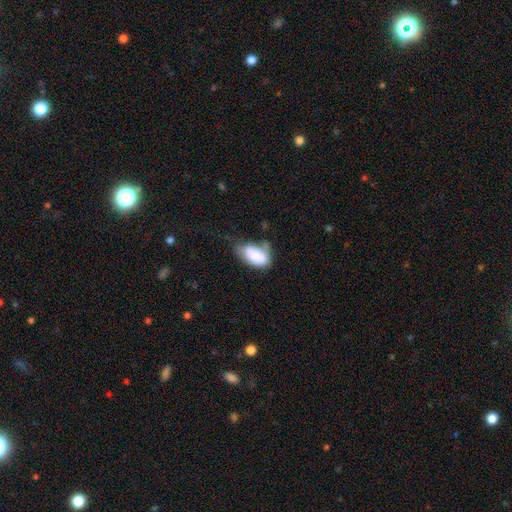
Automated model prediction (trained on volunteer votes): Smooth or featured: smooth — 77% (featured or disk — 15%)
How rounded: in between — 93% (round — 5%)
Merging: minor disturbance — 37% (none — 32%)